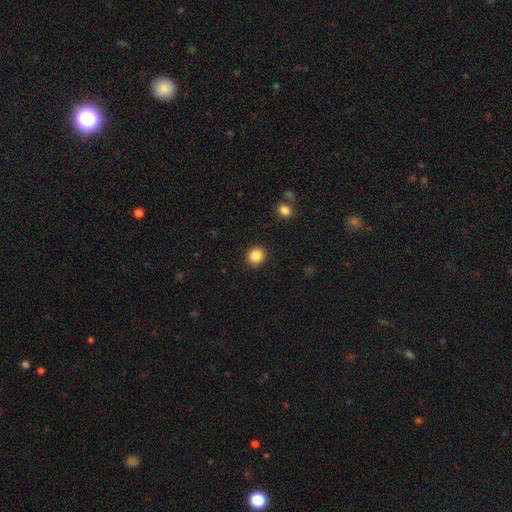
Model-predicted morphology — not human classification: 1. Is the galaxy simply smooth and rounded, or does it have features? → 86% smooth, 10% star or artifact, 4% featured or disk.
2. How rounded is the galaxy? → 86% round, 13% in between, 1% cigar-shaped.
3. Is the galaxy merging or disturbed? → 91% none, 5% minor disturbance, 2% major disturbance, 1% merger.